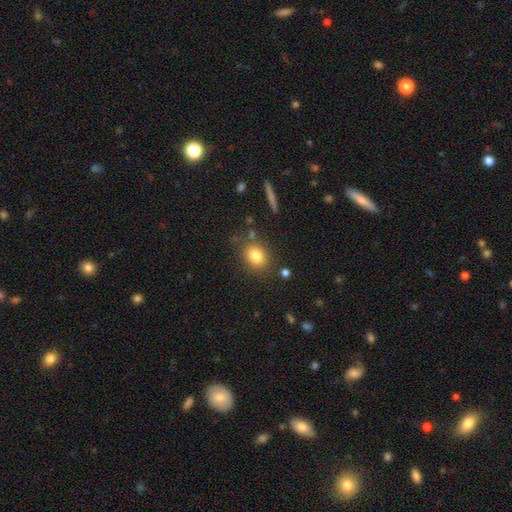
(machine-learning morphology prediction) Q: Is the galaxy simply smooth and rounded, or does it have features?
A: smooth — 81%.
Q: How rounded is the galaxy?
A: in between — 55%.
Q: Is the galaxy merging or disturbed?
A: none — 80%.